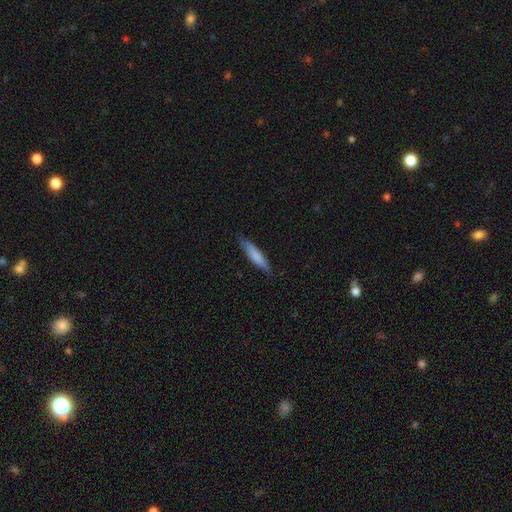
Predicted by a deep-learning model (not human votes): smooth 78%, featured or disk 16%, star or artifact 5%. Down the decision tree: how rounded — cigar-shaped (86%); merging — none (84%).